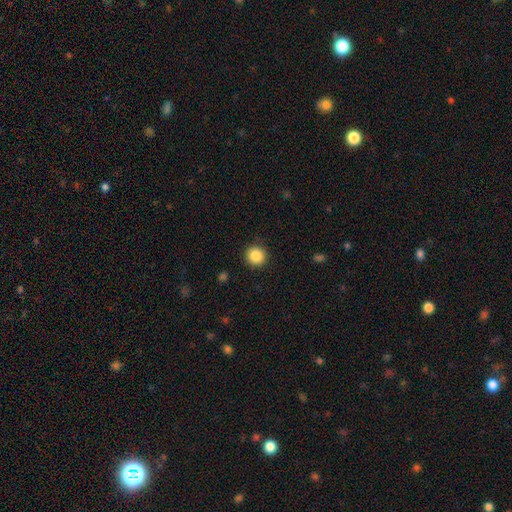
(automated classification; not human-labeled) This appears to be a smooth galaxy with no disk features (87%) that is round (93%). Merging: none (91%).